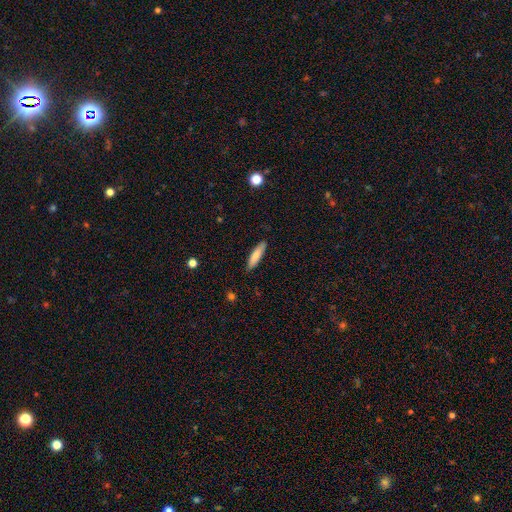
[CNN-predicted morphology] Overall: smooth (80%). How rounded: cigar-shaped (74%). Merging: none (88%).